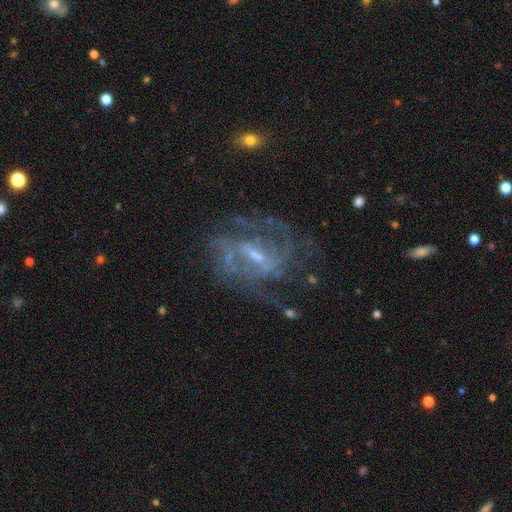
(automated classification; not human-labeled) A featured or disk galaxy (85%) with a weak bar (48%), 2 (34%) medium (49%) spiral arms (92%) and a small central bulge (58%). Merging: none (63%).